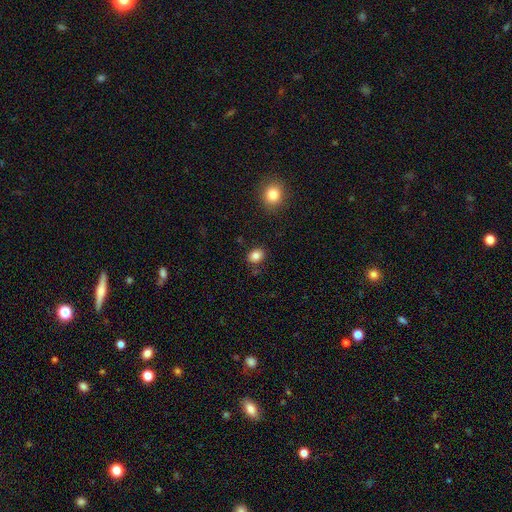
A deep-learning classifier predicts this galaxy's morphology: type=smooth (83%); roundness=in between (55%); merging=none (82%).